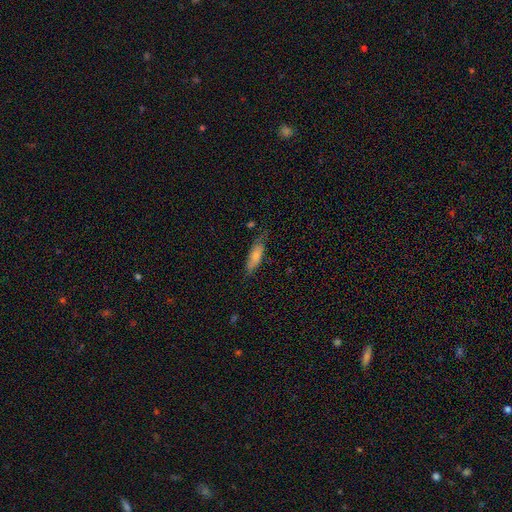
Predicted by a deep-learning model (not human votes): Q: Smooth or featured?
A: smooth (75%); runner-up: featured or disk (18%)
Q: How rounded?
A: in between (54%); runner-up: cigar-shaped (44%)
Q: Merging?
A: none (63%); runner-up: minor disturbance (27%)